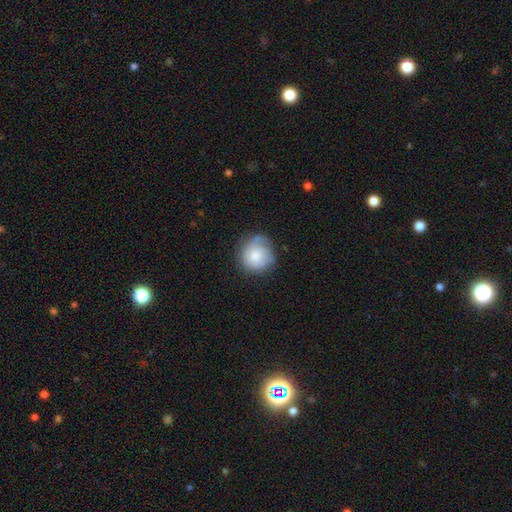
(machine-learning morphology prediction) A smooth galaxy with no disk features (71%) that is round (87%). Merging: none (60%).